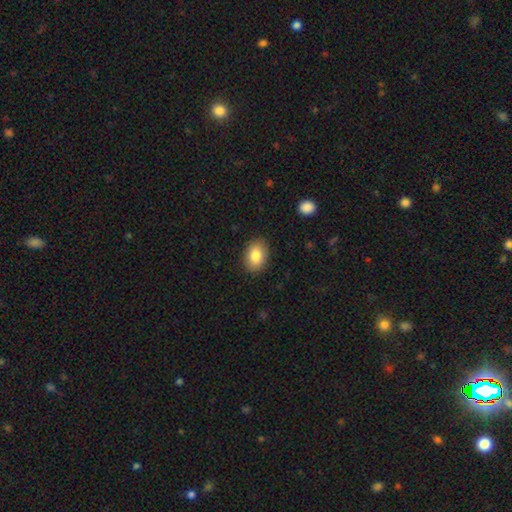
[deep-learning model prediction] A smooth galaxy with no disk features (84%) that is in between round and cigar-shaped (83%).

Vote fractions:
- Smooth or featured? smooth: 84% / featured or disk: 9% / star or artifact: 7%
- How rounded? in between: 83% / round: 16% / cigar-shaped: 1%
- Merging? none: 88% / minor disturbance: 9% / major disturbance: 2% / merger: 1%